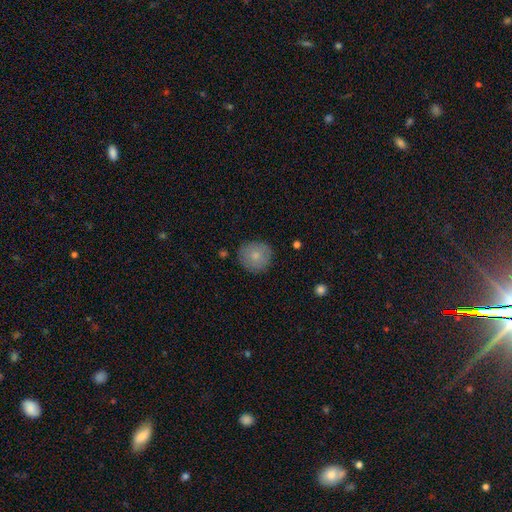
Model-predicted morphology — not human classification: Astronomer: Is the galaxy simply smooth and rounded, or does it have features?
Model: smooth — 80%.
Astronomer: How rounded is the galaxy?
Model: round — 92%.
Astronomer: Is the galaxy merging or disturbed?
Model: none — 85%.